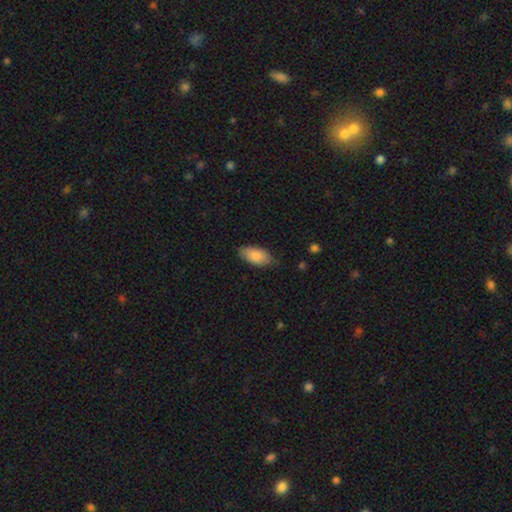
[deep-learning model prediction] Smooth or featured? Predicted: smooth (p=0.86). How rounded? Predicted: in between (p=0.93). Merging? Predicted: none (p=0.77).